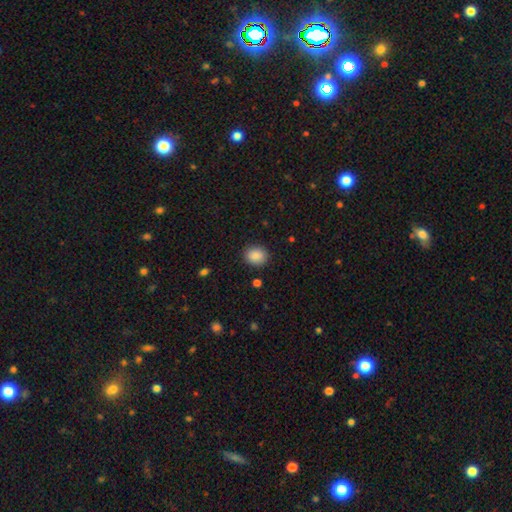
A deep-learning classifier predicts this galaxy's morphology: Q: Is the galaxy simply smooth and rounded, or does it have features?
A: smooth — 88%.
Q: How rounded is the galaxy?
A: round — 65%.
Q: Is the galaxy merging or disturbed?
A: none — 89%.